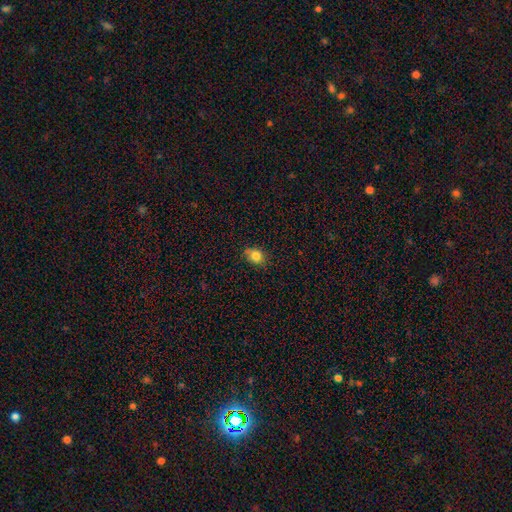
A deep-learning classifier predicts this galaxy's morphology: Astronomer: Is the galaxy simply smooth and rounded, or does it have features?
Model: smooth — 82%.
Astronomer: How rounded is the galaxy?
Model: round — 52% (runner-up: in between, 47%).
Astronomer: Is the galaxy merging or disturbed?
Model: none — 74%.